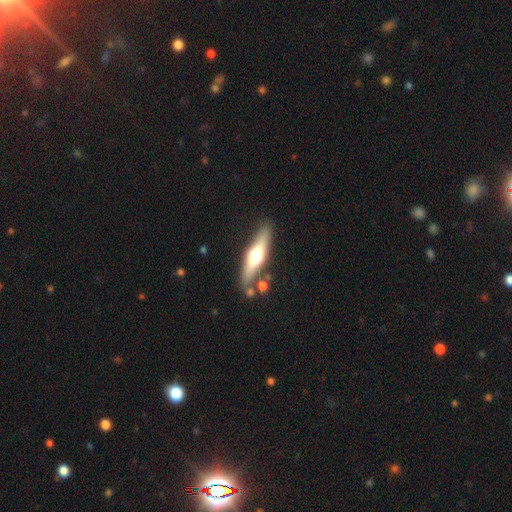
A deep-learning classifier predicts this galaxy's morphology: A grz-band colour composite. It shows a featured or disk galaxy (55%) viewed edge-on (89%). Merging: none (78%).